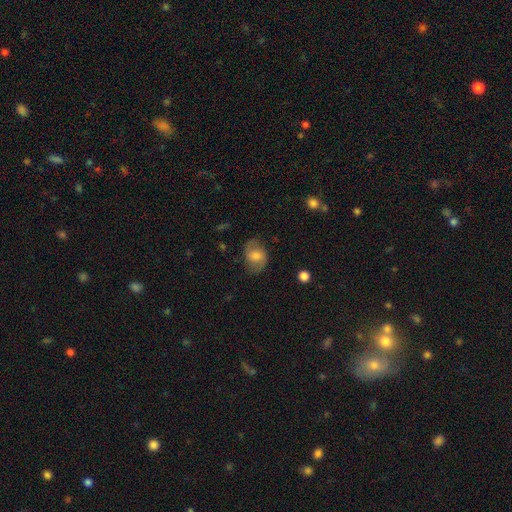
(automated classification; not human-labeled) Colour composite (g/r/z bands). It shows a smooth galaxy with no disk features (46%). Merging: none (74%).